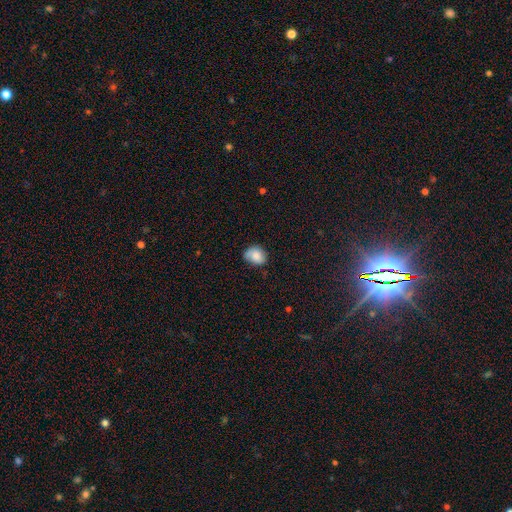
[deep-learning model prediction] smooth_or_featured: smooth (p=0.79) [alt: featured or disk p=0.12]
how_rounded: round (p=0.54) [alt: in between p=0.45]
merging: none (p=0.61) [alt: minor disturbance p=0.31]